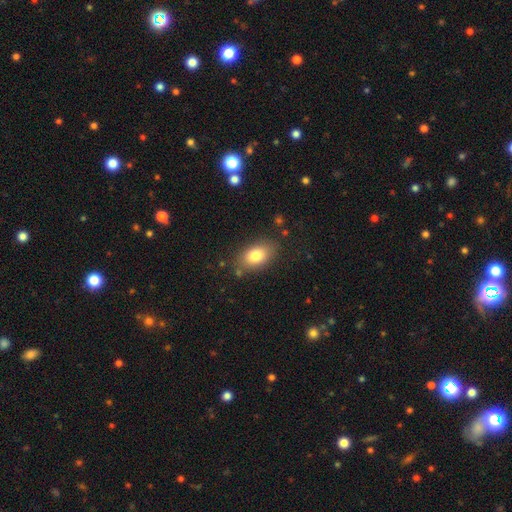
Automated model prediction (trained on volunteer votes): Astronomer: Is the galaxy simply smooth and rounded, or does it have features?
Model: smooth — 81%.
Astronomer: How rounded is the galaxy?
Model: in between — 87%.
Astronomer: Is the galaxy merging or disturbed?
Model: none — 81%.